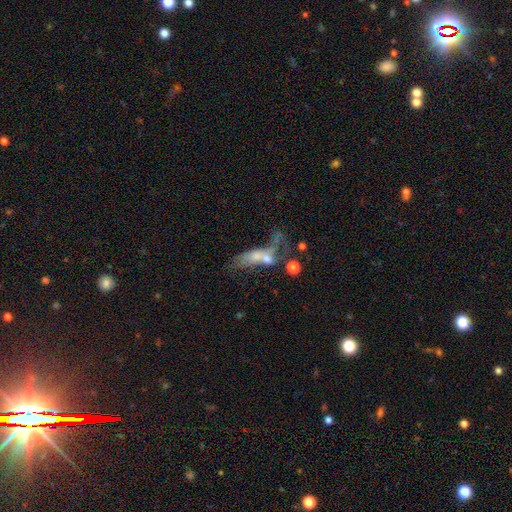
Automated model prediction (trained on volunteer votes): A smooth galaxy with no disk features (49%).

Vote fractions:
- Smooth or featured? smooth: 49% / featured or disk: 38% / star or artifact: 12%
- Merging? merger: 46% / major disturbance: 28% / none: 15% / minor disturbance: 11%